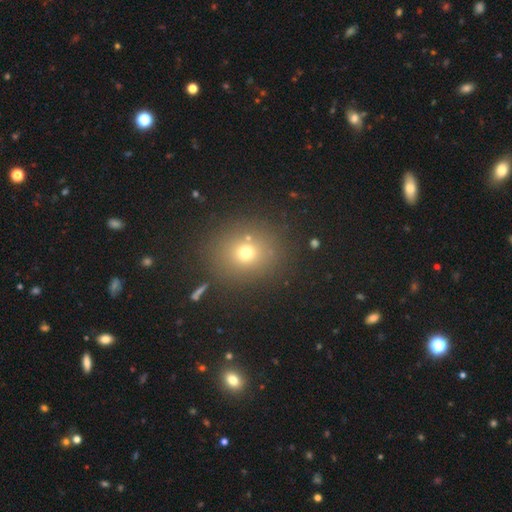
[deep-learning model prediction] This appears to be a smooth galaxy with no disk features (64%) that is round (79%). Merging: none (87%).